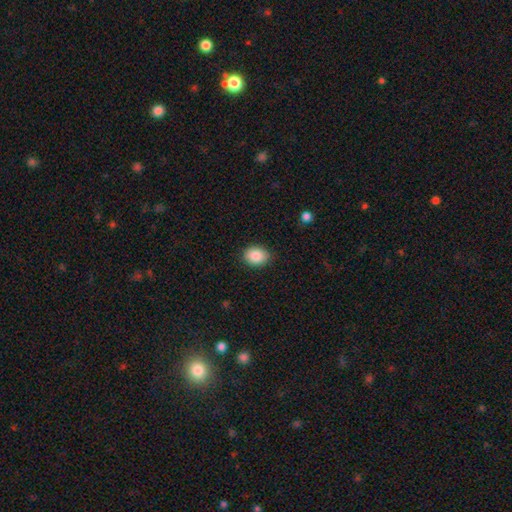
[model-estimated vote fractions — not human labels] This appears to be a smooth galaxy with no disk features (87%) that is in between round and cigar-shaped (53%). Merging: none (86%).